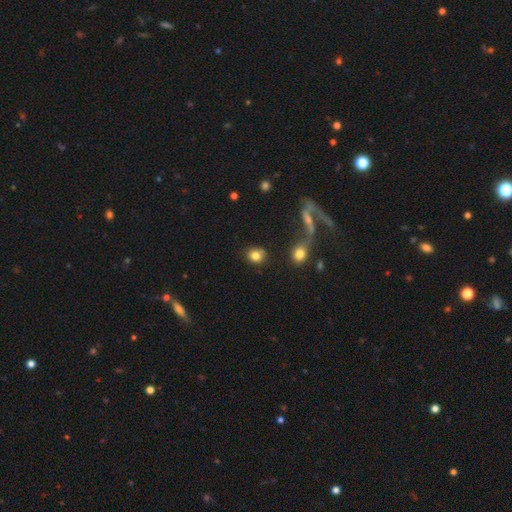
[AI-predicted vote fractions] This is clearly a smooth galaxy (81%). How rounded: likely round (72%). Merging: likely none (76%).